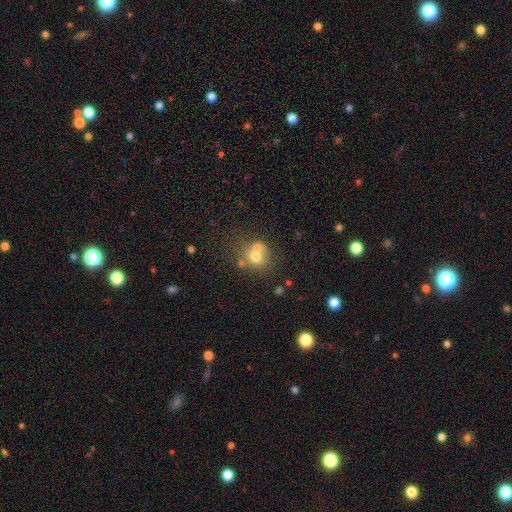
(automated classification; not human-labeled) Q: Smooth or featured?
A: smooth (65%); runner-up: featured or disk (21%)
Q: How rounded?
A: round (76%); runner-up: in between (23%)
Q: Merging?
A: merger (45%); runner-up: none (38%)